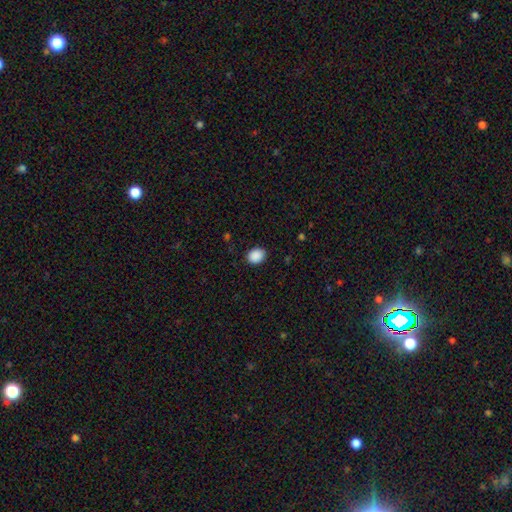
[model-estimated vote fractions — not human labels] Overall: smooth (90%). How rounded: in between (51%; round 48%). Merging: none (89%).